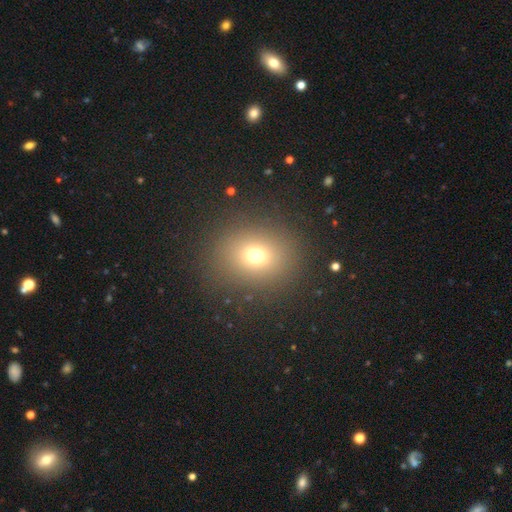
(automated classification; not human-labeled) This appears to be a smooth galaxy with no disk features (70%) that is round (66%). Merging: none (86%).